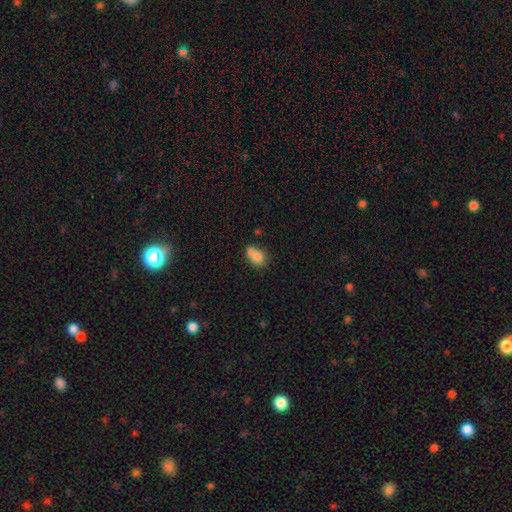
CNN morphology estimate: smooth-or-featured: smooth: 75% | featured or disk: 15% | star or artifact: 10%
  how-rounded: in between: 54% | round: 44% | cigar-shaped: 1%
  merging: merger: 53% | none: 29% | minor disturbance: 12% | major disturbance: 5%